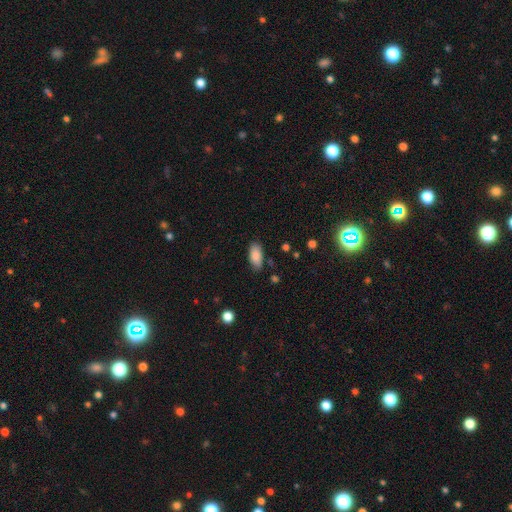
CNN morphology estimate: Smooth or featured? Predicted: smooth (p=0.87). How rounded? Predicted: in between (p=0.91). Merging? Predicted: none (p=0.80).